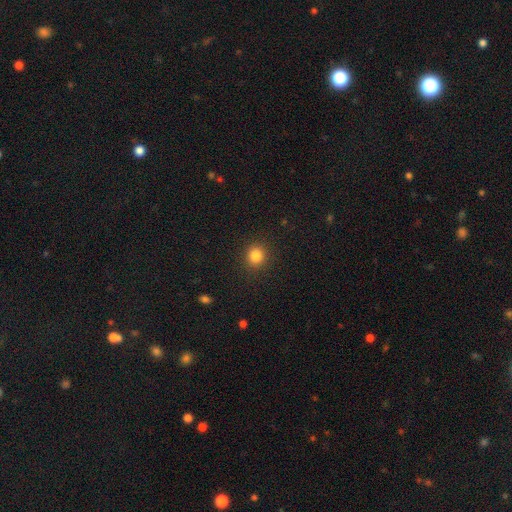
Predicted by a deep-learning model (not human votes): smooth_or_featured: smooth (p=0.84) [alt: star or artifact p=0.12]
how_rounded: round (p=0.86) [alt: in between p=0.13]
merging: none (p=0.91) [alt: minor disturbance p=0.06]